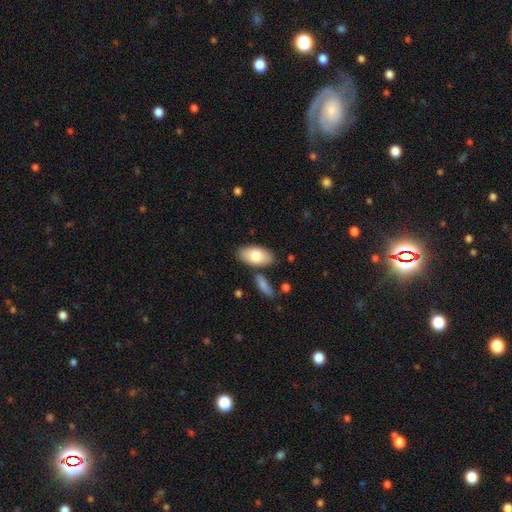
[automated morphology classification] Smooth or featured? smooth (80%)
How rounded? in between (94%)
Merging? none (80%)